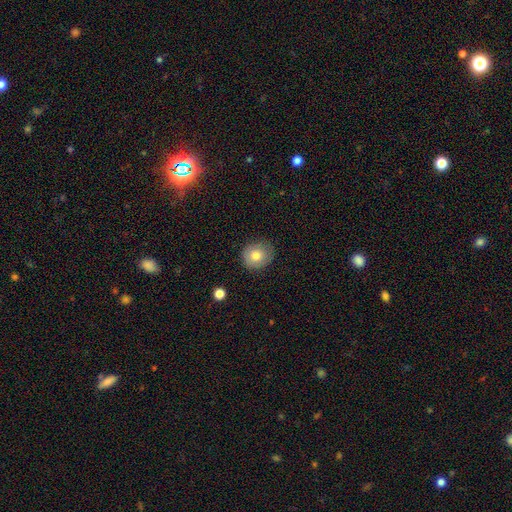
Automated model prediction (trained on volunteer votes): smooth-or-featured: smooth: 76% | featured or disk: 14% | star or artifact: 10%
  how-rounded: round: 78% | in between: 21% | cigar-shaped: 1%
  merging: none: 83% | minor disturbance: 13% | major disturbance: 3% | merger: 1%